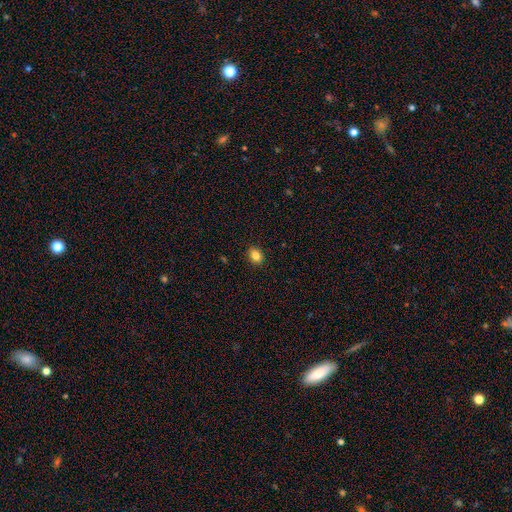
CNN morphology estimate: smooth 84%, star or artifact 10%, featured or disk 6%. Down the decision tree: how rounded — in between (58%); merging — none (90%).